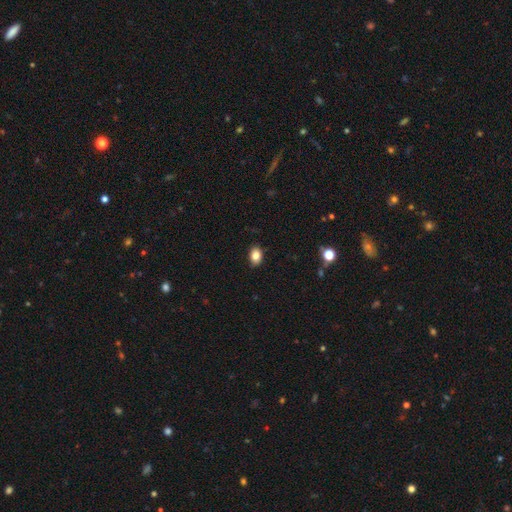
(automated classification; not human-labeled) A smooth galaxy with no disk features (85%) that is in between round and cigar-shaped (80%). Merging: none (84%).